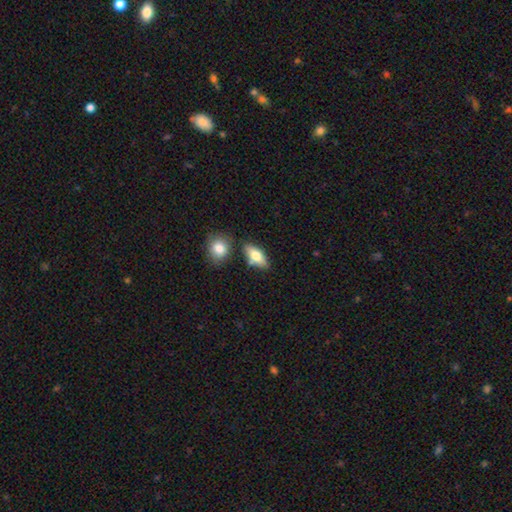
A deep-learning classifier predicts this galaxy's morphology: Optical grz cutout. It shows a smooth galaxy with no disk features (73%) that is in between round and cigar-shaped (82%). Merging: none (70%).